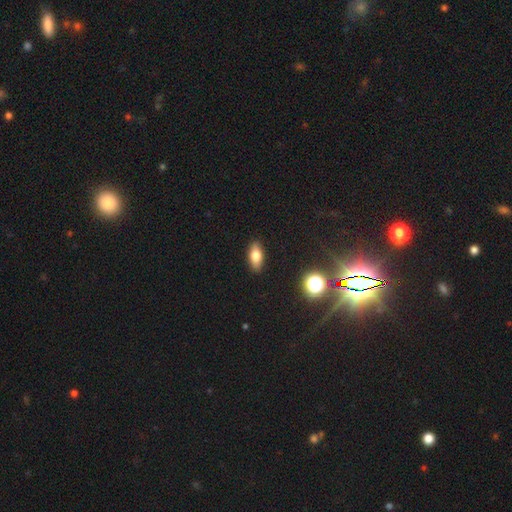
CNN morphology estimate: This is likely a smooth galaxy (75%). How rounded: clearly in between (84%). Merging: clearly none (89%).